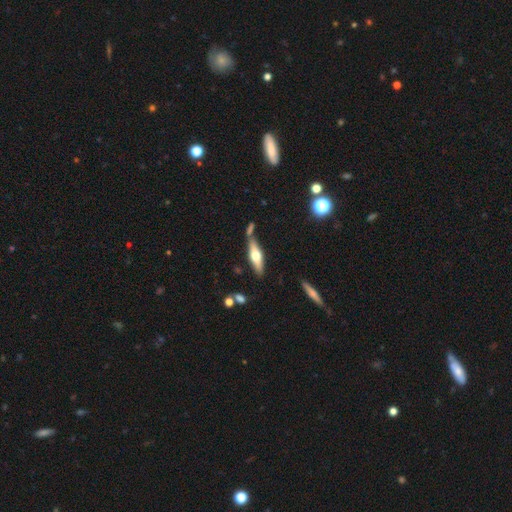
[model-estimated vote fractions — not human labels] This is possibly a featured or disk galaxy (50%). Merging: likely none (69%).